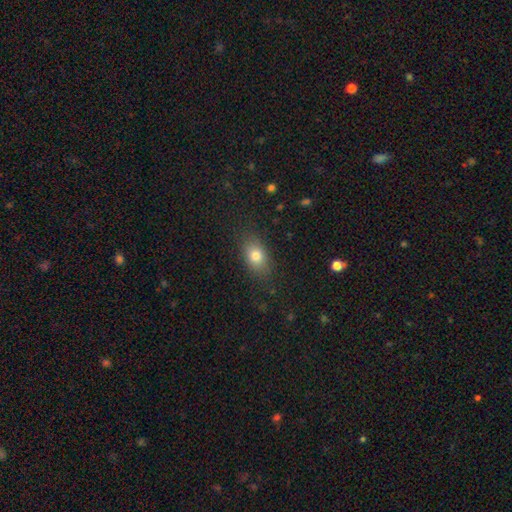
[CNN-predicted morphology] smooth_or_featured: smooth (p=0.79) [alt: featured or disk p=0.11]
how_rounded: in between (p=0.80) [alt: round p=0.17]
merging: none (p=0.83) [alt: minor disturbance p=0.12]